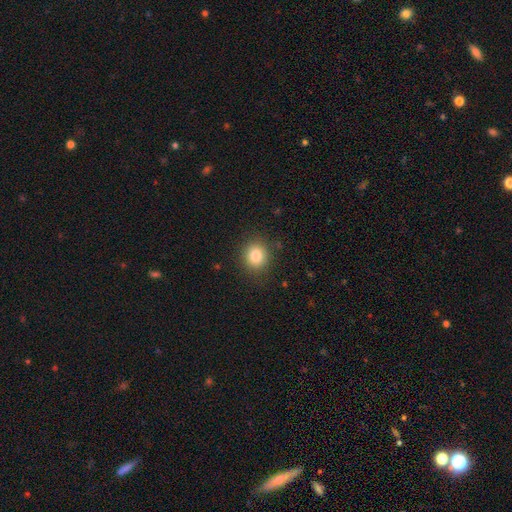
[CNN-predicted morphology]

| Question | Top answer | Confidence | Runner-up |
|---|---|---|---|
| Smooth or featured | smooth | 82% | star or artifact (11%) |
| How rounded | round | 82% | in between (17%) |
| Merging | none | 88% | minor disturbance (8%) |